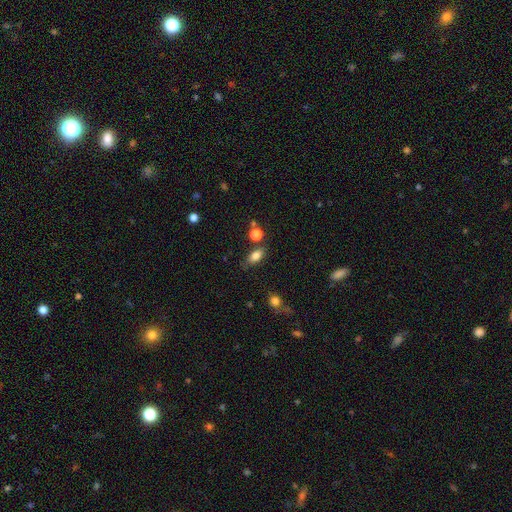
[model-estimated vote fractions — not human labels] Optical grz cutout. It shows a smooth galaxy with no disk features (81%) that is in between round and cigar-shaped (83%). Merging: none (72%).